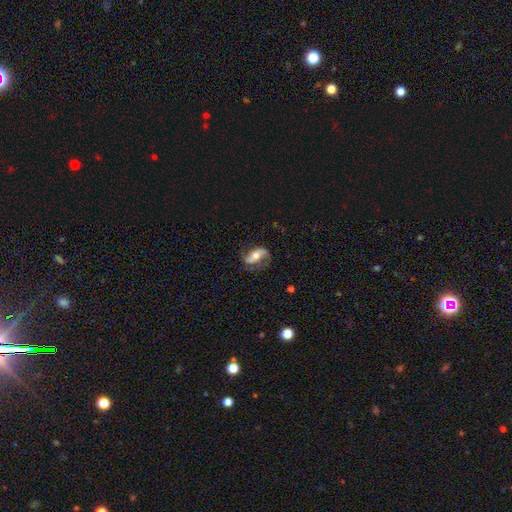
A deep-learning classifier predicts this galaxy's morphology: Smooth or featured? Predicted: featured or disk (p=0.70). Edge-on disk? Predicted: no (p=0.93). Bar? Predicted: no (p=0.38). Spiral arms? Predicted: yes (p=0.88). Spiral winding? Predicted: loose (p=0.44). Spiral arm count? Predicted: 2 (p=0.84). Bulge size? Predicted: moderate (p=0.63). Merging? Predicted: none (p=0.61).